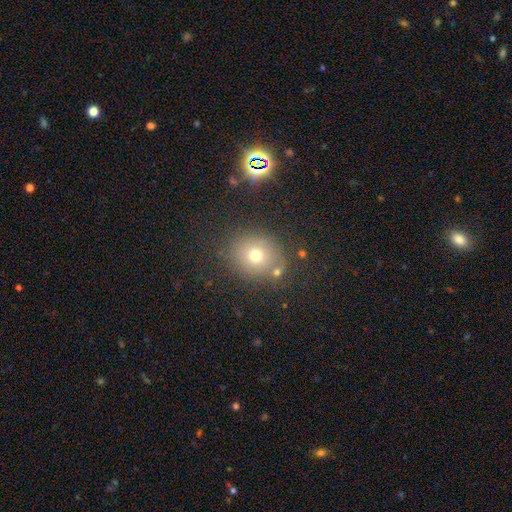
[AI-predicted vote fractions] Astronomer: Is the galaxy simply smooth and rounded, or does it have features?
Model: smooth — 68%.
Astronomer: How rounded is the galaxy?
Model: round — 75%.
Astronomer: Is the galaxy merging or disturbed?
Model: none — 78%.